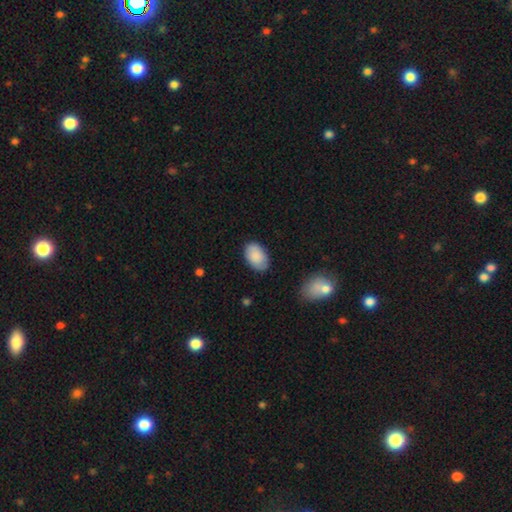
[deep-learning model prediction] Q: Smooth or featured?
A: smooth (84%); runner-up: featured or disk (9%)
Q: How rounded?
A: in between (92%); runner-up: round (7%)
Q: Merging?
A: none (83%); runner-up: minor disturbance (13%)